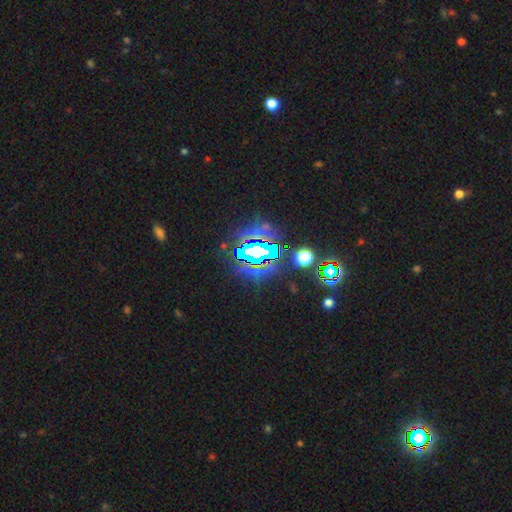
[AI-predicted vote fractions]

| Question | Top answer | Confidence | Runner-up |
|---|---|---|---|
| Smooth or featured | star or artifact | 75% | smooth (13%) |